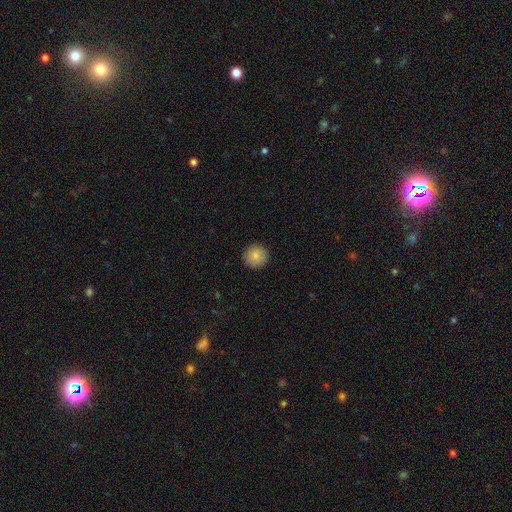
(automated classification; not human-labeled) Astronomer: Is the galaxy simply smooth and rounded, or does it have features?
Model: smooth — 85%.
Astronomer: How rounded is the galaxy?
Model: round — 95%.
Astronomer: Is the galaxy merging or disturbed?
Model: none — 91%.